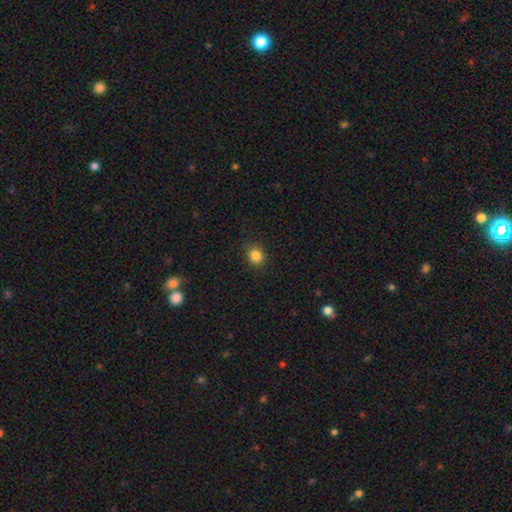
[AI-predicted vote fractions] smooth_or_featured: smooth (p=0.84) [alt: star or artifact p=0.12]
how_rounded: round (p=0.78) [alt: in between p=0.21]
merging: none (p=0.85) [alt: minor disturbance p=0.11]